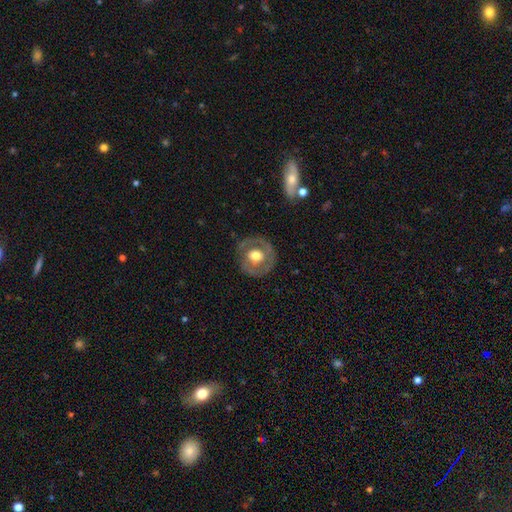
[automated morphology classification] A featured or disk galaxy (56%) with no bar (73%), no spiral arms (68%) and a moderate central bulge (65%).

Vote fractions:
- Smooth or featured? featured or disk: 56% / smooth: 38% / star or artifact: 6%
- Edge-on disk? no: 95% / yes: 5%
- Bar? no: 73% / weak: 20% / strong: 6%
- Spiral arms? no: 68% / yes: 32%
- Bulge size? moderate: 65% / large: 25% / small: 7% / dominant: 2% / none: 1%
- Merging? none: 79% / minor disturbance: 14% / major disturbance: 6% / merger: 1%